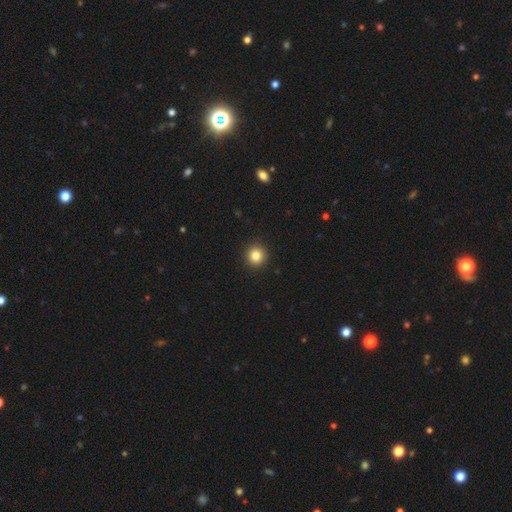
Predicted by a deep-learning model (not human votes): The model was most divided on "smooth or featured": smooth: 84%, star or artifact: 11%, featured or disk: 5%. More confident: how rounded — round (94%); merging — none (93%).